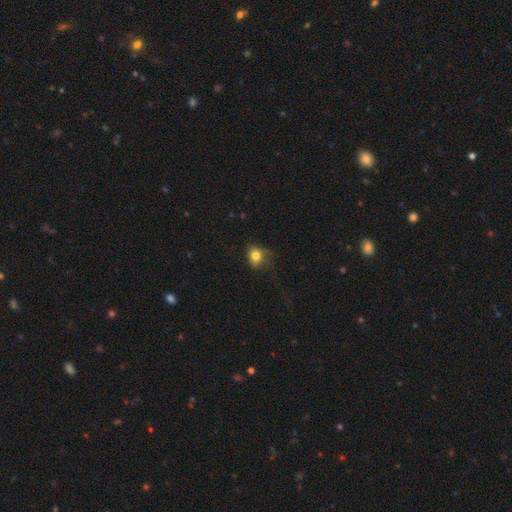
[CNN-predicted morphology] Smooth or featured? Predicted: smooth (p=0.78). How rounded? Predicted: round (p=0.54). Merging? Predicted: none (p=0.52).